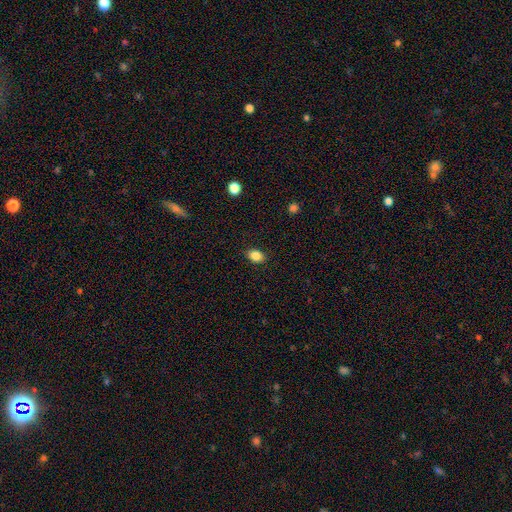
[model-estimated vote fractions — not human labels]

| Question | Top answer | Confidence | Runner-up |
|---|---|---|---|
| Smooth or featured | smooth | 86% | star or artifact (10%) |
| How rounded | in between | 72% | round (27%) |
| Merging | none | 88% | minor disturbance (9%) |